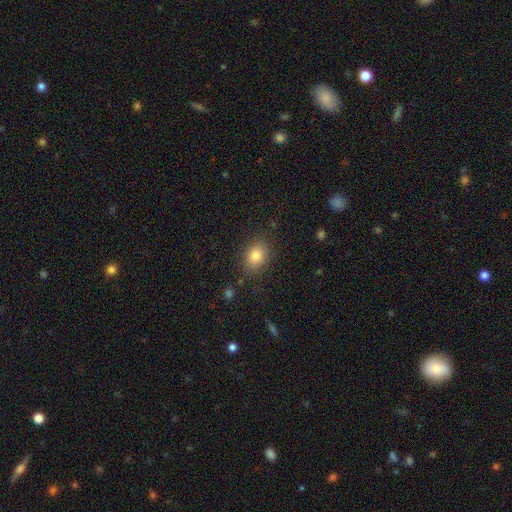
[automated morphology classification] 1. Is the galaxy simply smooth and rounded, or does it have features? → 83% smooth, 10% star or artifact, 7% featured or disk.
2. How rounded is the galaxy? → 65% in between, 33% round, 1% cigar-shaped.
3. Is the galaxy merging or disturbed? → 84% none, 11% minor disturbance, 4% major disturbance, 2% merger.